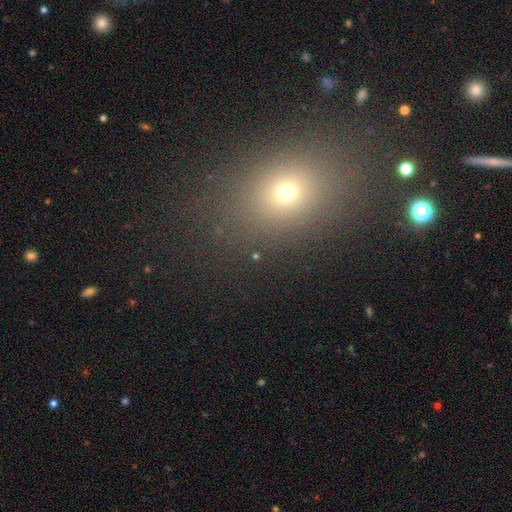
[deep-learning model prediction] Smooth or featured? smooth (56%)
How rounded? round (61%)
Merging? none (80%)